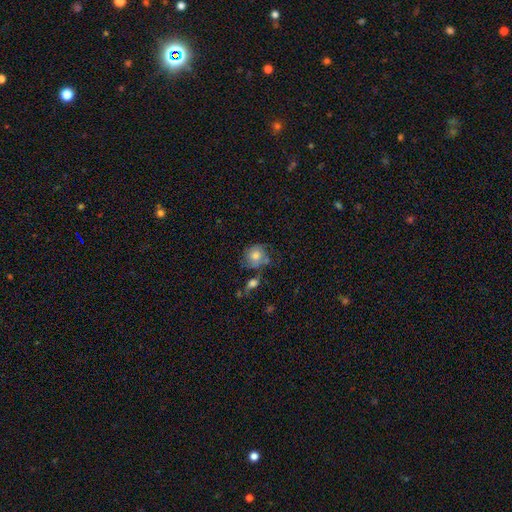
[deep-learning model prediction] A smooth galaxy with no disk features (63%) that is round (76%). Merging: none (49%).